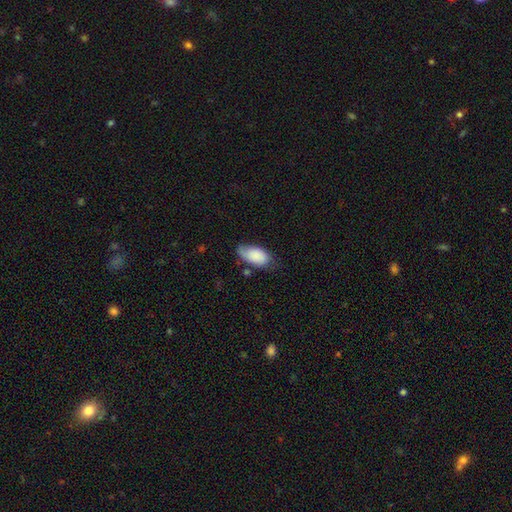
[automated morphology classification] Overall: smooth (81%). How rounded: in between (94%). Merging: none (52%; minor disturbance 34%).